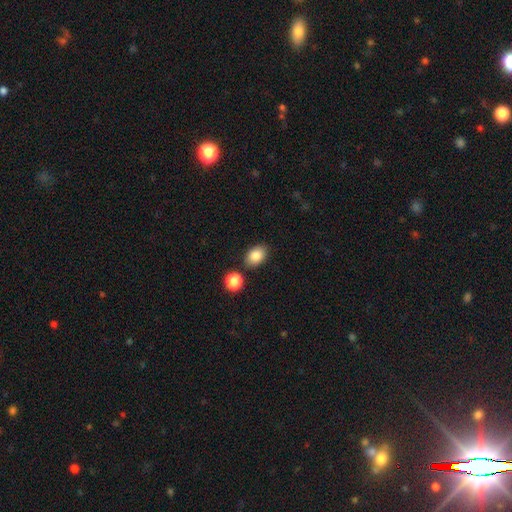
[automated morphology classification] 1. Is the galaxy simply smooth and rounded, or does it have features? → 84% smooth, 9% star or artifact, 7% featured or disk.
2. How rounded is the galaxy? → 80% in between, 19% round, 1% cigar-shaped.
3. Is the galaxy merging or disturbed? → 83% none, 10% minor disturbance, 5% merger, 2% major disturbance.